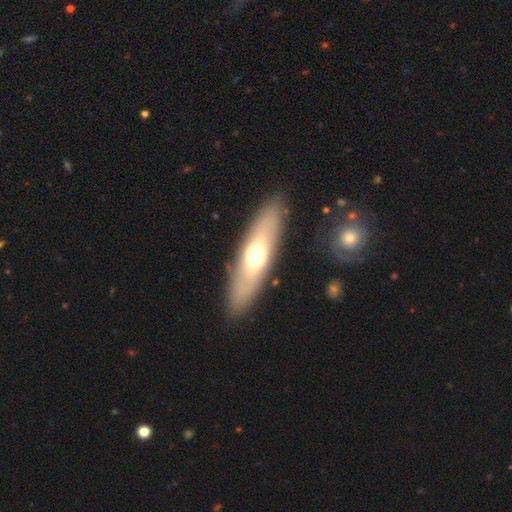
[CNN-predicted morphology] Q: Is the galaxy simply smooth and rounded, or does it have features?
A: smooth — 53%.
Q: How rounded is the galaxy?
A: cigar-shaped — 59%.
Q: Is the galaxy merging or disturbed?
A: none — 87%.